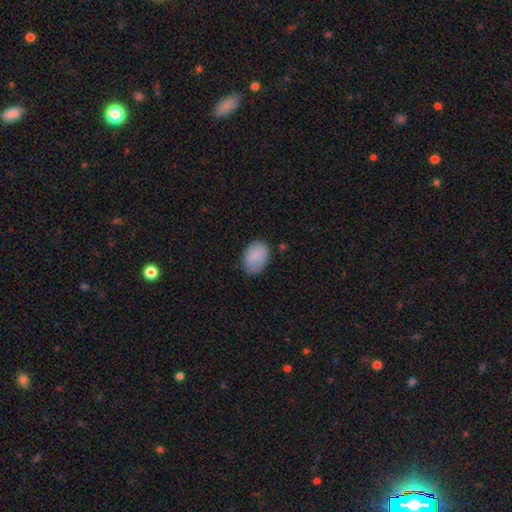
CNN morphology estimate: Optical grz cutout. It shows a smooth galaxy with no disk features (81%) that is in between round and cigar-shaped (84%). Merging: none (71%).